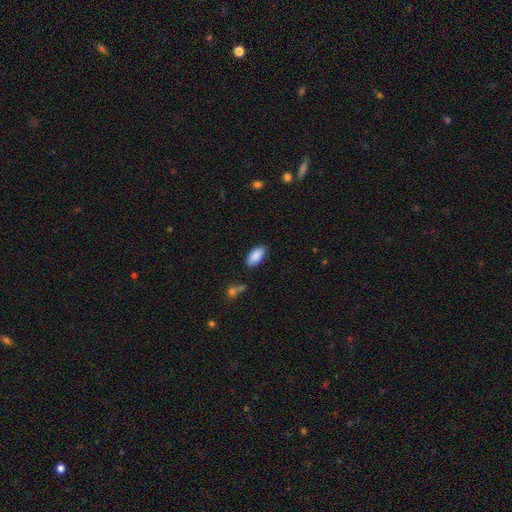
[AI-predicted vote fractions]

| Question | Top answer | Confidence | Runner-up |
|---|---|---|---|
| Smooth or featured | smooth | 88% | star or artifact (7%) |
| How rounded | in between | 92% | cigar-shaped (6%) |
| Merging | none | 83% | minor disturbance (12%) |